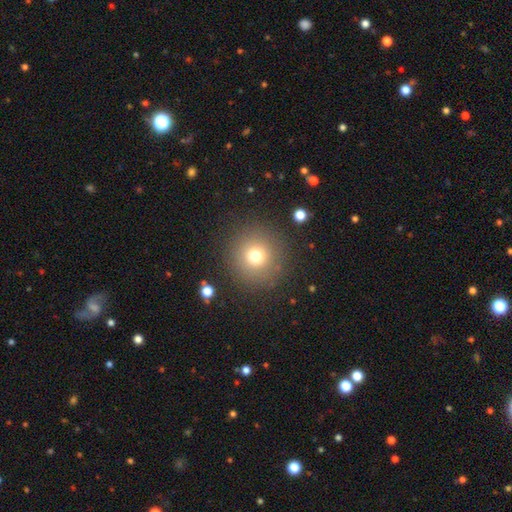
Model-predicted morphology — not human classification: This appears to be a smooth galaxy with no disk features (72%) that is round (96%). Merging: none (88%).